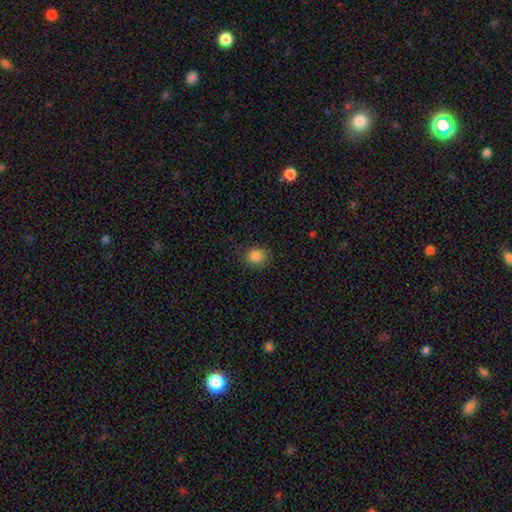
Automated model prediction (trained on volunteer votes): smooth_or_featured: smooth (p=0.86) [alt: star or artifact p=0.11]
how_rounded: round (p=0.70) [alt: in between p=0.29]
merging: none (p=0.83) [alt: minor disturbance p=0.12]